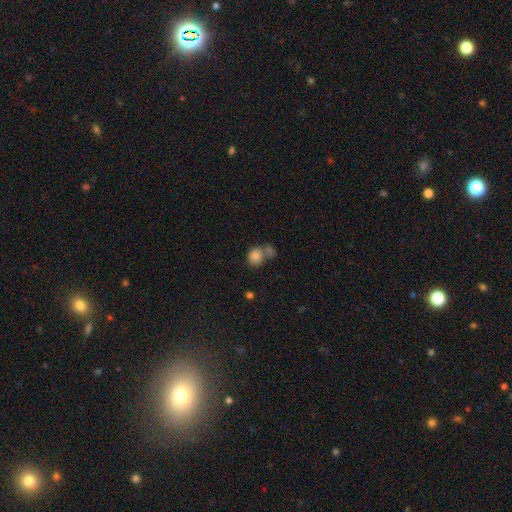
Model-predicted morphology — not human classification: smooth_or_featured: smooth (p=0.83) [alt: star or artifact p=0.10]
how_rounded: round (p=0.75) [alt: in between p=0.24]
merging: none (p=0.41) [tied with: merger p=0.41]